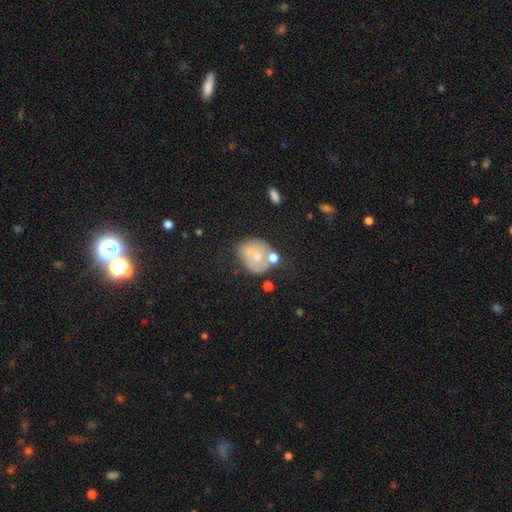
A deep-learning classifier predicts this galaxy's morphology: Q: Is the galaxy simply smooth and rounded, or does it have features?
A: smooth — 50%.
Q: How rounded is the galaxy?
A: round — 62%.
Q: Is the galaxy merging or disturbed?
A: none — 41%.